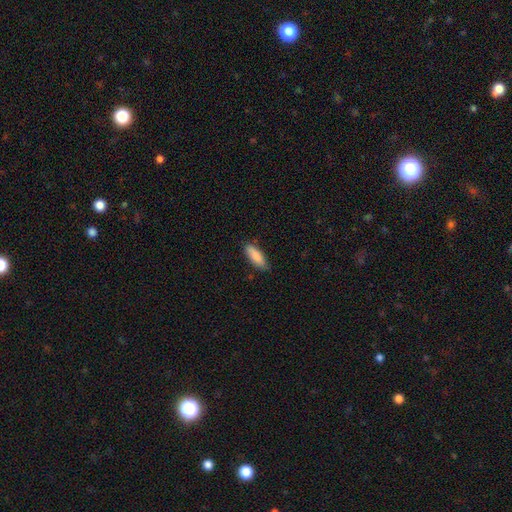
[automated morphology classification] The model was most divided on "how rounded": in between: 61%, cigar-shaped: 38%, round: 2%. More confident: smooth or featured — smooth (87%); merging — none (79%).